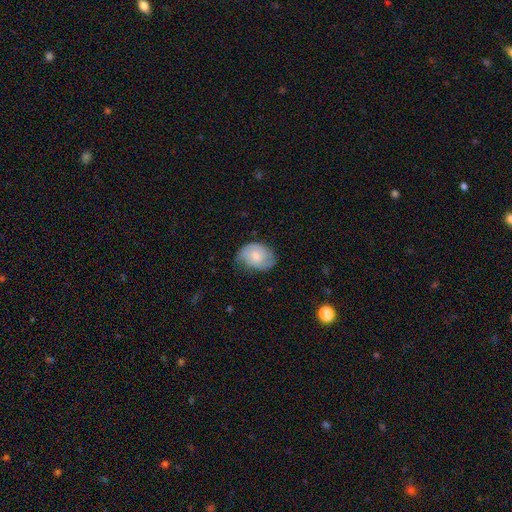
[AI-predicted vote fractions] A featured or disk galaxy (53%) with no bar (62%), spiral arms (84%) and a moderate central bulge (52%).

Vote fractions:
- Smooth or featured? featured or disk: 53% / smooth: 40% / star or artifact: 7%
- Edge-on disk? no: 96% / yes: 4%
- Bar? no: 62% / weak: 34% / strong: 5%
- Spiral arms? yes: 84% / no: 16%
- Bulge size? moderate: 52% / small: 38% / none: 5% / large: 4% / dominant: 1%
- Merging? none: 60% / minor disturbance: 30% / major disturbance: 8% / merger: 1%